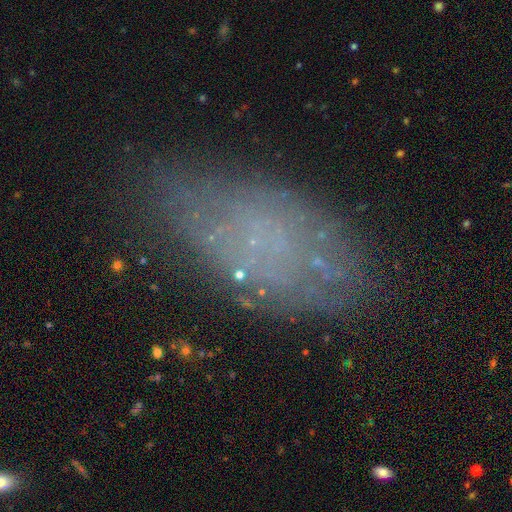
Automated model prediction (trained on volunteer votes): Smooth or featured: smooth — 43% (featured or disk — 40%)
Merging: none — 63% (minor disturbance — 22%)